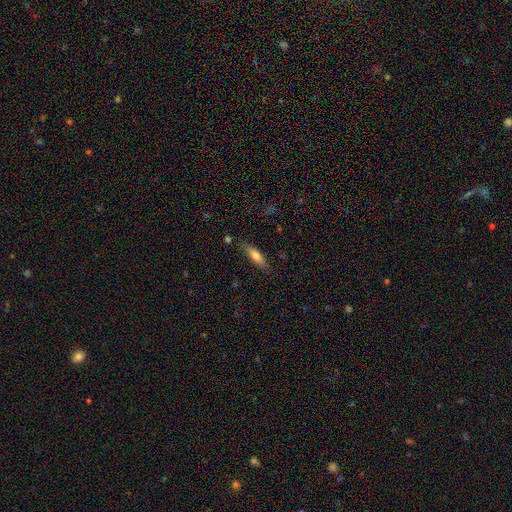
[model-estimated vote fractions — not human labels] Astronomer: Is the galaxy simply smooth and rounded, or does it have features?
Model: smooth — 67%.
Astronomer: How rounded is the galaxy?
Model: cigar-shaped — 63%.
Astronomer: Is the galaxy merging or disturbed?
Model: none — 80%.